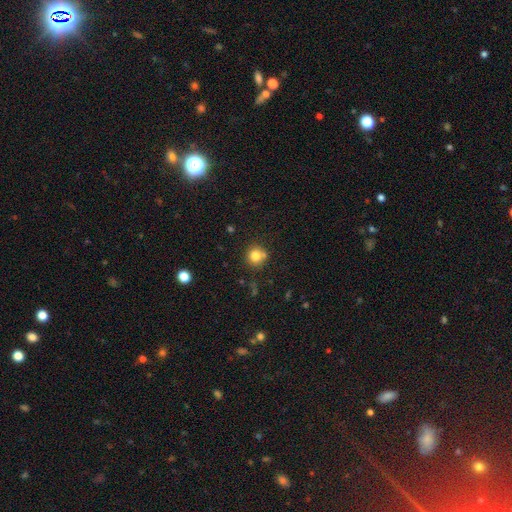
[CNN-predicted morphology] smooth 79%, star or artifact 12%, featured or disk 9%. Down the decision tree: how rounded — round (90%); merging — none (70%).